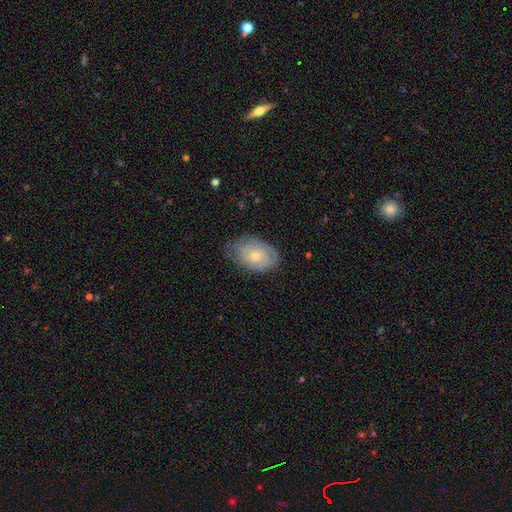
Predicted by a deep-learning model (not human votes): Overall: featured or disk (48%; smooth 45%). Merging: none (61%; minor disturbance 29%).